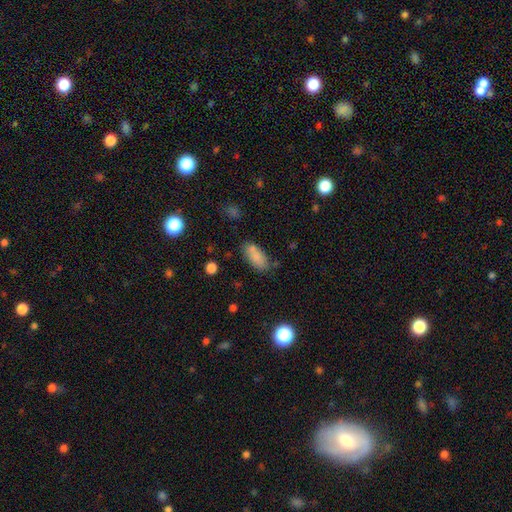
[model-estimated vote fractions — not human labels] The model was most divided on "merging": none: 66%, minor disturbance: 18%, merger: 11%, major disturbance: 5%. More confident: how rounded — in between (85%); smooth or featured — smooth (83%).